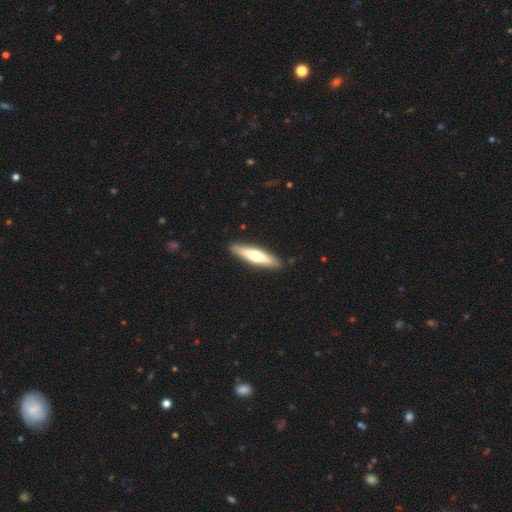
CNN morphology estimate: This is possibly a smooth galaxy (54%). How rounded: likely cigar-shaped (79%). Merging: clearly none (90%).